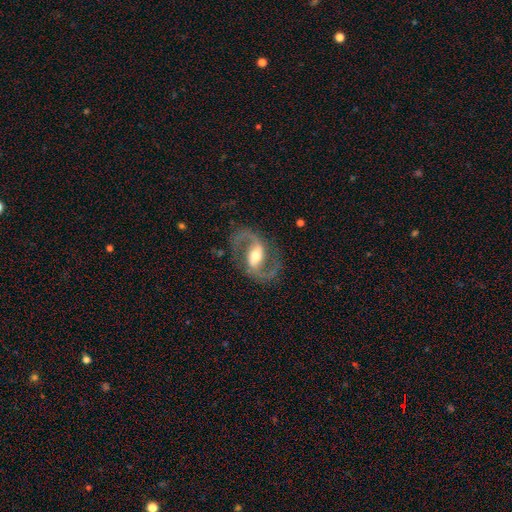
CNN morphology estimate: Smooth or featured? featured or disk (92%)
Edge-on disk? no (98%)
Bar? strong (43%)
Spiral arms? yes (97%)
Spiral winding? medium (56%)
Spiral arm count? 2 (94%)
Bulge size? moderate (66%)
Merging? none (83%)